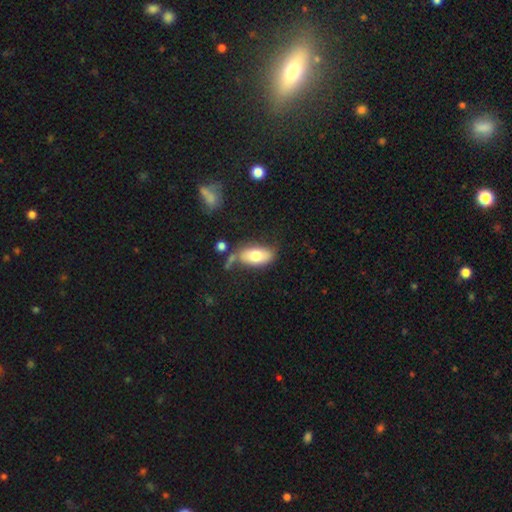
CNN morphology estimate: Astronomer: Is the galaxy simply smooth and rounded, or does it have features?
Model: smooth — 75%.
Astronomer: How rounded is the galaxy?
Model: in between — 90%.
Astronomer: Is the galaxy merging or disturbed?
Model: none — 61%.